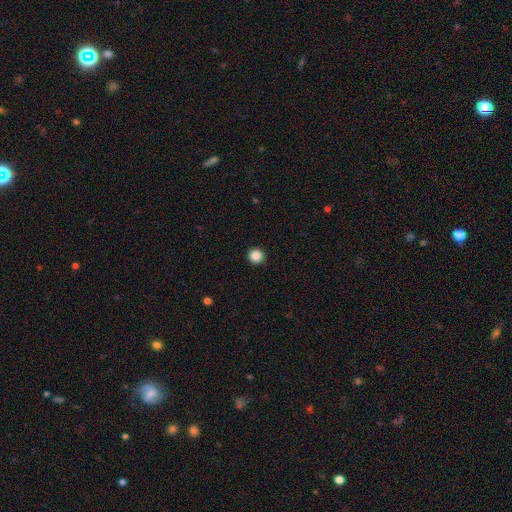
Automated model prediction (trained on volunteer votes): smooth 87%, star or artifact 10%, featured or disk 2%. Down the decision tree: how rounded — round (96%); merging — none (93%).